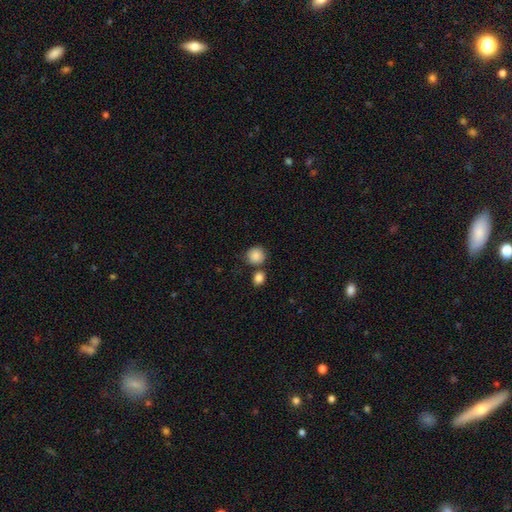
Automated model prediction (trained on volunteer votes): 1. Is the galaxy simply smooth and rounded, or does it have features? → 87% smooth, 8% star or artifact, 4% featured or disk.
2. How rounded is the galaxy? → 89% round, 10% in between, 1% cigar-shaped.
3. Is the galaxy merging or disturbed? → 72% none, 16% merger, 10% minor disturbance, 3% major disturbance.